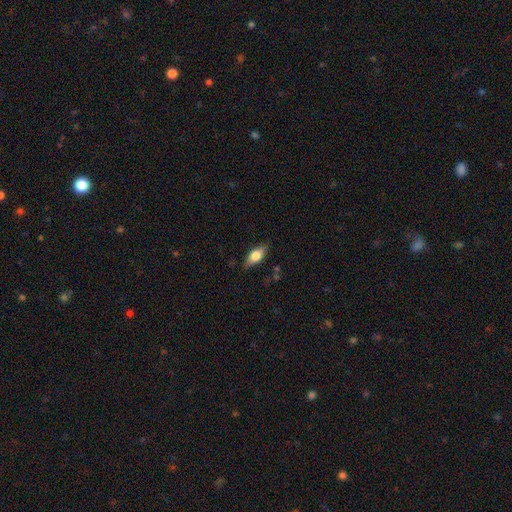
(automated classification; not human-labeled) smooth_or_featured: smooth (p=0.67) [alt: featured or disk p=0.26]
how_rounded: in between (p=0.81) [alt: cigar-shaped p=0.15]
merging: none (p=0.80) [alt: minor disturbance p=0.15]